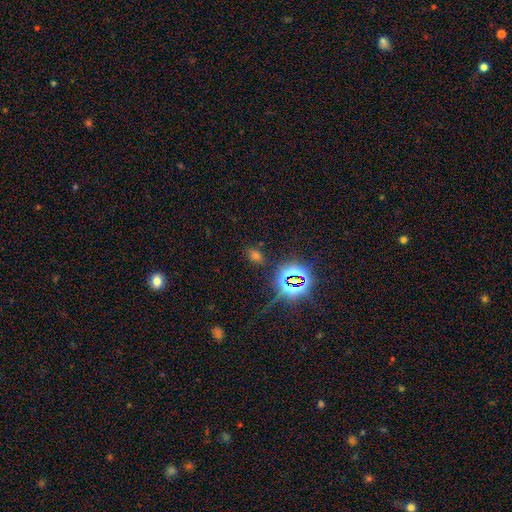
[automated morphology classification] A star or artifact, not a galaxy (50%).